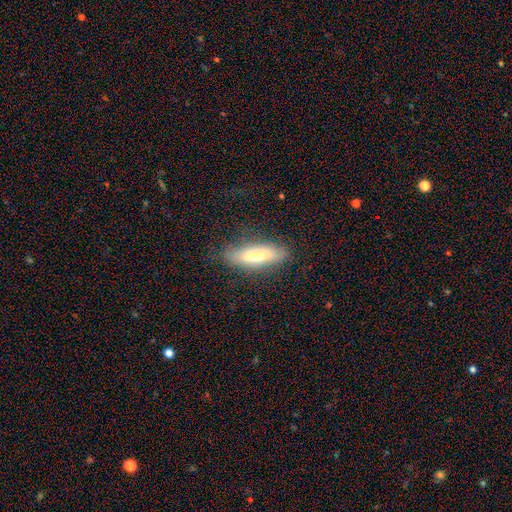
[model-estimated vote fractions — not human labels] Overall: smooth (63%; featured or disk 30%). How rounded: cigar-shaped (61%; in between 38%). Merging: none (79%).